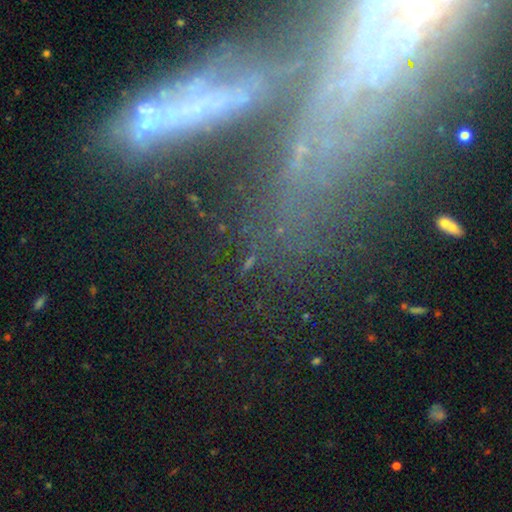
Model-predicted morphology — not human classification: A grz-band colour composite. It shows a featured or disk galaxy (51%). Merging: none (49%).